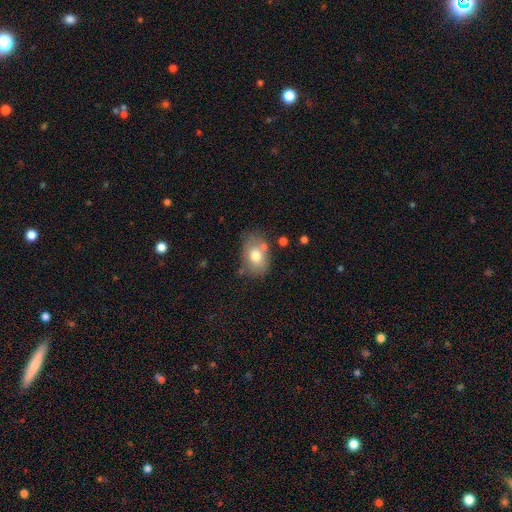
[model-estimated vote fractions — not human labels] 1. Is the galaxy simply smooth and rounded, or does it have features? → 72% smooth, 19% featured or disk, 8% star or artifact.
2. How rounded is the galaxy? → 76% in between, 23% round, 1% cigar-shaped.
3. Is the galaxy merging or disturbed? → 64% none, 20% minor disturbance, 10% merger, 6% major disturbance.